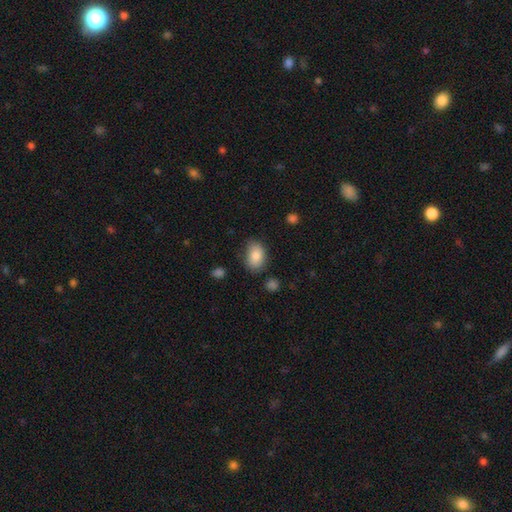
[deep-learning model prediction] A smooth galaxy with no disk features (84%) that is in between round and cigar-shaped (83%).

Vote fractions:
- Smooth or featured? smooth: 84% / featured or disk: 9% / star or artifact: 7%
- How rounded? in between: 83% / round: 16% / cigar-shaped: 1%
- Merging? none: 73% / minor disturbance: 20% / major disturbance: 4% / merger: 2%